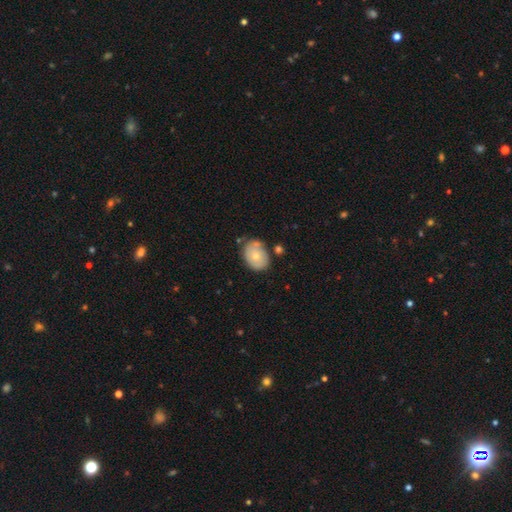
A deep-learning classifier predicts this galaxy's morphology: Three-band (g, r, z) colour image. It shows a smooth galaxy with no disk features (65%) that is in between round and cigar-shaped (65%). Merging: none (64%).